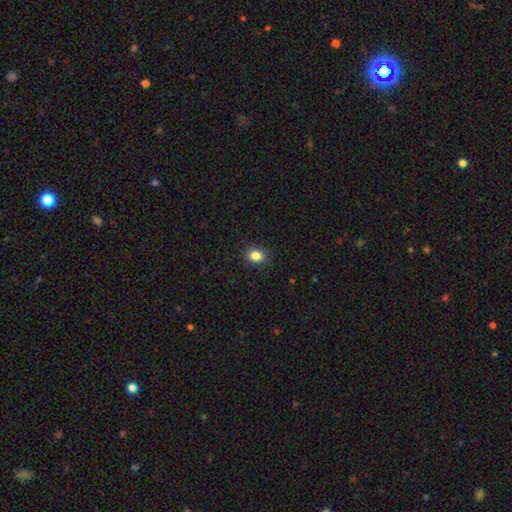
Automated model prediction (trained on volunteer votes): This is clearly a smooth galaxy (85%). How rounded: possibly in between (50%). Merging: clearly none (90%).